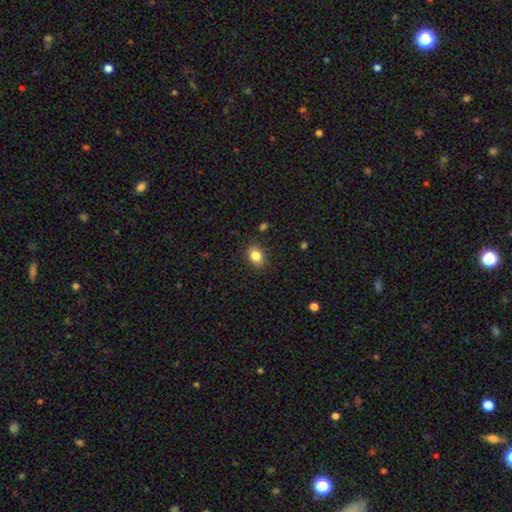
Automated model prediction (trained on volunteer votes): smooth 84%, star or artifact 9%, featured or disk 7%. Down the decision tree: how rounded — in between (72%); merging — none (86%).